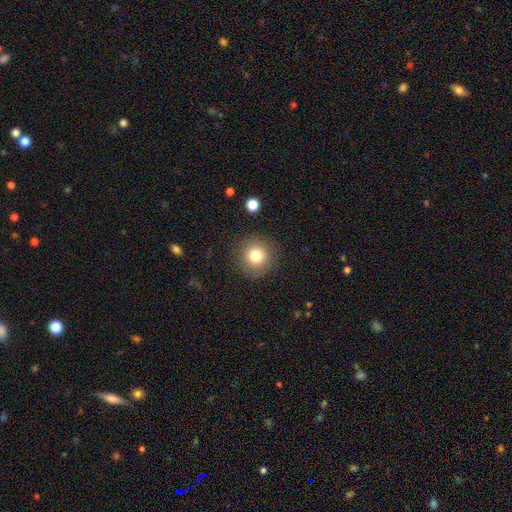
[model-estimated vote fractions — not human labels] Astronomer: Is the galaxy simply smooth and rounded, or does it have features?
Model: smooth — 79%.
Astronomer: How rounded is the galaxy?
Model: round — 94%.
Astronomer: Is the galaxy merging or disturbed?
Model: none — 89%.